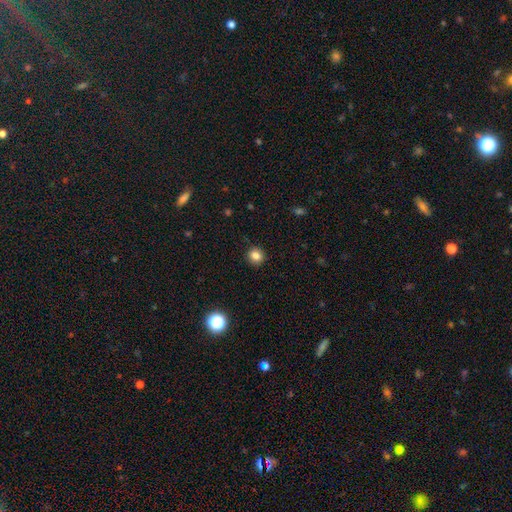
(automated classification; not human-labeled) Smooth or featured: smooth — 83% (star or artifact — 12%)
How rounded: round — 85% (in between — 14%)
Merging: none — 91% (minor disturbance — 6%)